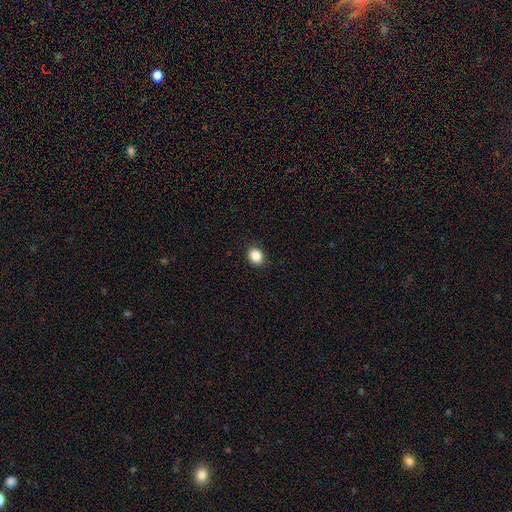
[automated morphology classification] The model was most divided on "how rounded": in between: 51%, round: 48%, cigar-shaped: 1%. More confident: merging — none (90%); smooth or featured — smooth (87%).